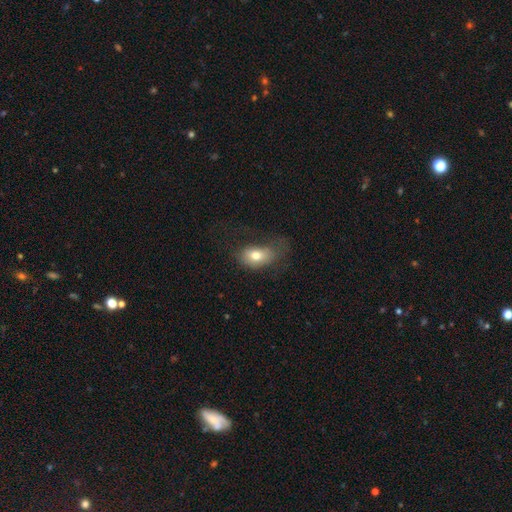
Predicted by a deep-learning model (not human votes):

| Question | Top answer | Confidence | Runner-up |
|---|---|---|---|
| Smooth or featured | smooth | 74% | featured or disk (17%) |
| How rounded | in between | 87% | round (11%) |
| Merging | none | 39% | major disturbance (31%) |